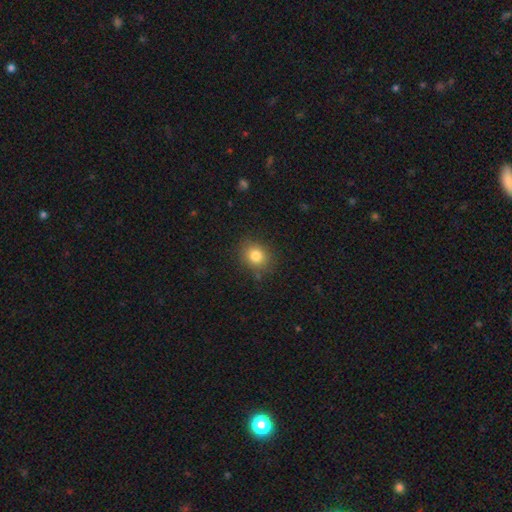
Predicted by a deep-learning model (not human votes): Smooth or featured: smooth — 82% (star or artifact — 11%)
How rounded: round — 69% (in between — 31%)
Merging: none — 83% (minor disturbance — 12%)